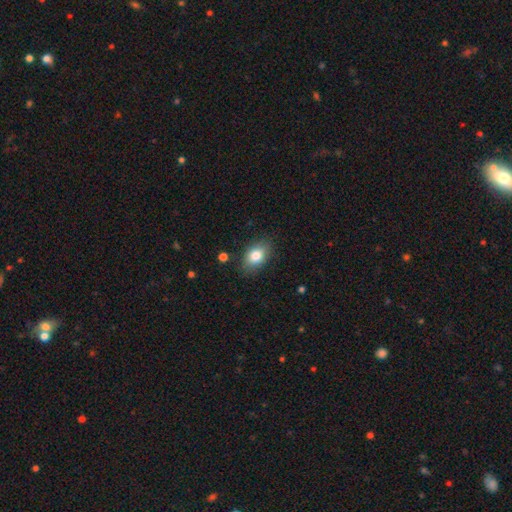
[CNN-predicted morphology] A smooth galaxy with no disk features (82%) that is in between round and cigar-shaped (82%). Merging: none (82%).